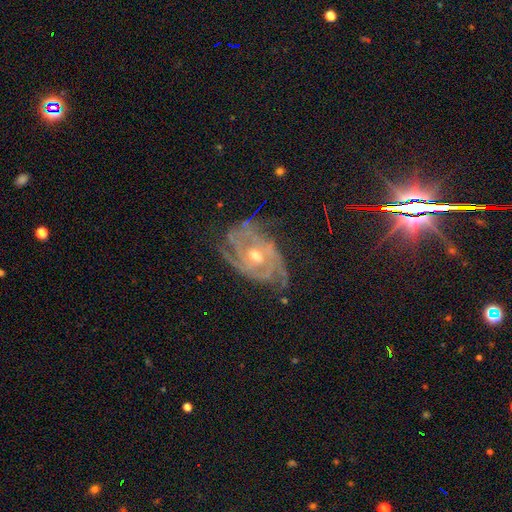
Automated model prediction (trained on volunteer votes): smooth_or_featured: featured or disk (p=0.84) [alt: star or artifact p=0.11]
disk_edge_on: no (p=0.96) [alt: yes p=0.04]
bar: no (p=0.65) [alt: weak p=0.25]
has_spiral_arms: yes (p=0.96) [alt: no p=0.04]
spiral_winding: tight (p=0.65) [alt: medium p=0.29]
spiral_arm_count: 3 (p=0.30) [alt: can't tell p=0.23]
bulge_size: moderate (p=0.63) [alt: small p=0.33]
merging: none (p=0.70) [alt: minor disturbance p=0.20]